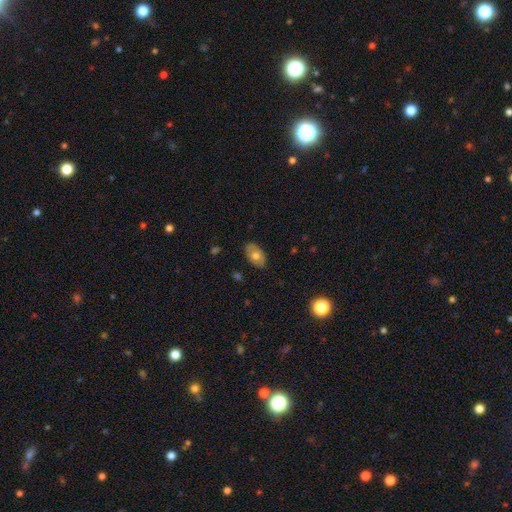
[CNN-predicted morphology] smooth-or-featured: smooth: 66% | featured or disk: 26% | star or artifact: 7%
  how-rounded: in between: 90% | round: 9% | cigar-shaped: 1%
  merging: none: 83% | minor disturbance: 14% | major disturbance: 2% | merger: 1%